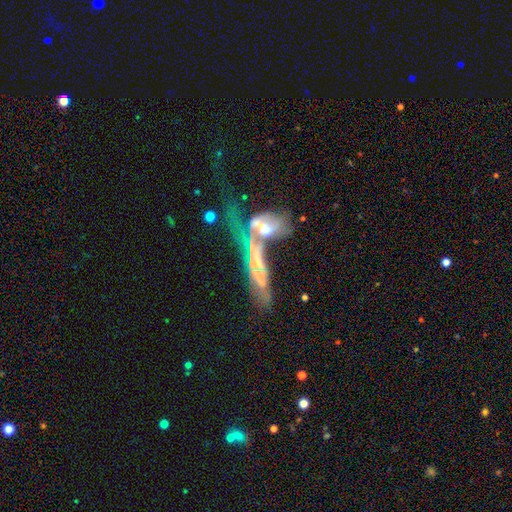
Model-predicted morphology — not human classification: featured or disk 60%, smooth 28%, star or artifact 12%. Down the decision tree: edge-on disk — yes (50%, tied with no); merging — merger (53%).